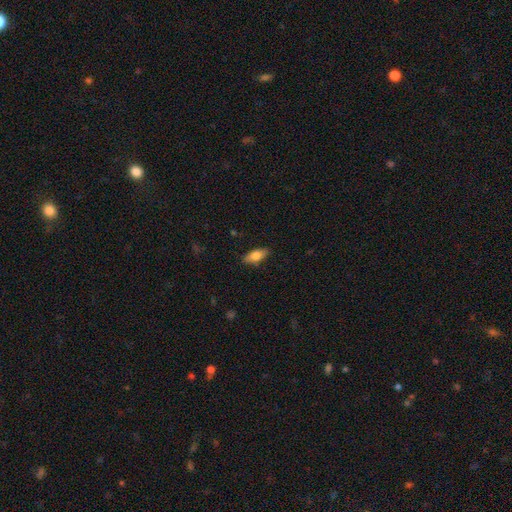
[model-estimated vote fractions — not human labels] Smooth or featured? smooth (76%)
How rounded? in between (82%)
Merging? none (85%)